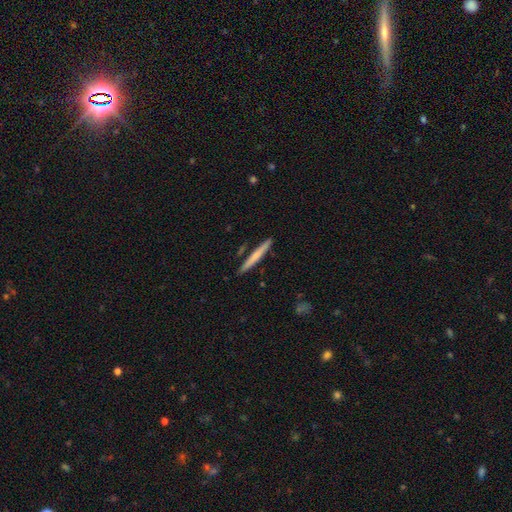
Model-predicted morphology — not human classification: Q: Smooth or featured?
A: smooth (60%); runner-up: featured or disk (35%)
Q: How rounded?
A: cigar-shaped (96%); runner-up: in between (3%)
Q: Merging?
A: none (89%); runner-up: minor disturbance (7%)